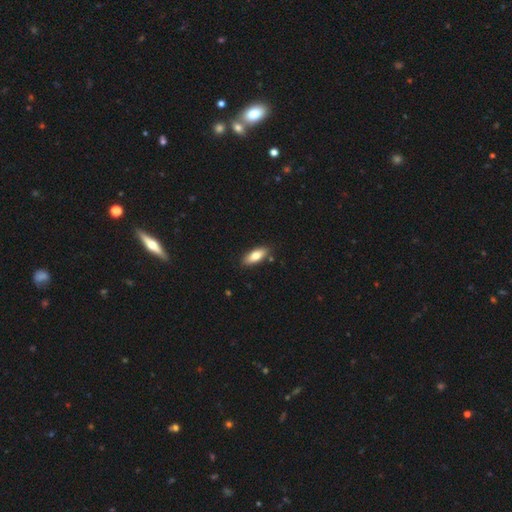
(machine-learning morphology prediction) smooth_or_featured: smooth (p=0.74) [alt: featured or disk p=0.20]
how_rounded: in between (p=0.71) [alt: cigar-shaped p=0.27]
merging: none (p=0.86) [alt: minor disturbance p=0.10]